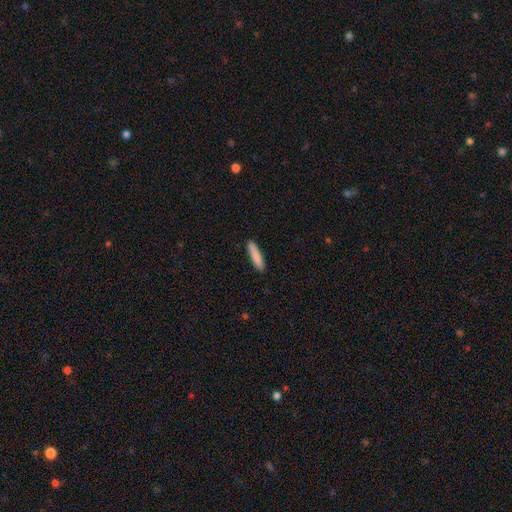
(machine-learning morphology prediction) The model was most divided on "how rounded": cigar-shaped: 86%, in between: 13%, round: 1%. More confident: merging — none (89%); smooth or featured — smooth (86%).